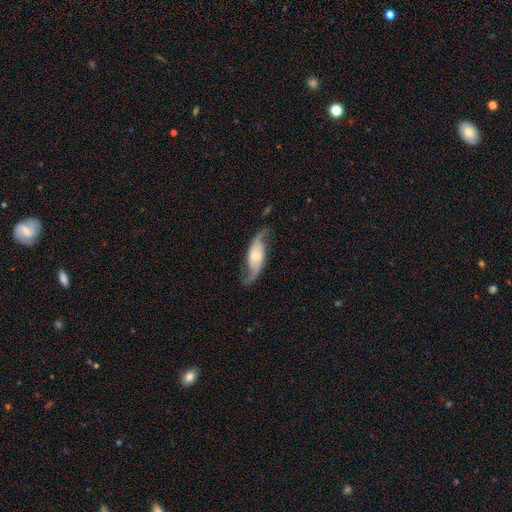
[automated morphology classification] featured or disk 84%, smooth 10%, star or artifact 5%. Down the decision tree: edge-on disk — no (93%); bar — no (52%); spiral arms — yes (96%); spiral arm count — 2 (93%); spiral winding — loose (79%); bulge size — small (47%); merging — none (74%).